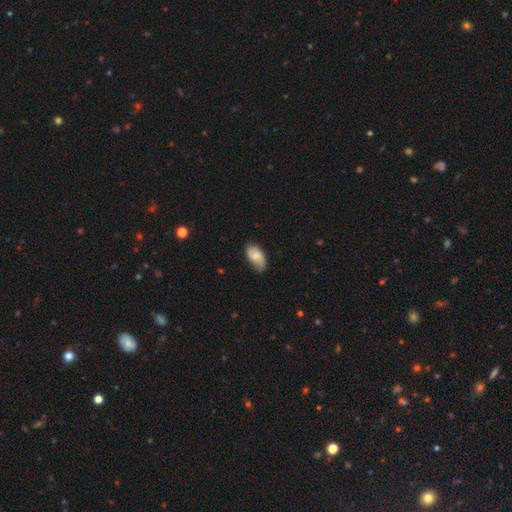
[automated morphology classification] A smooth galaxy with no disk features (75%) that is in between round and cigar-shaped (94%). Merging: none (67%).